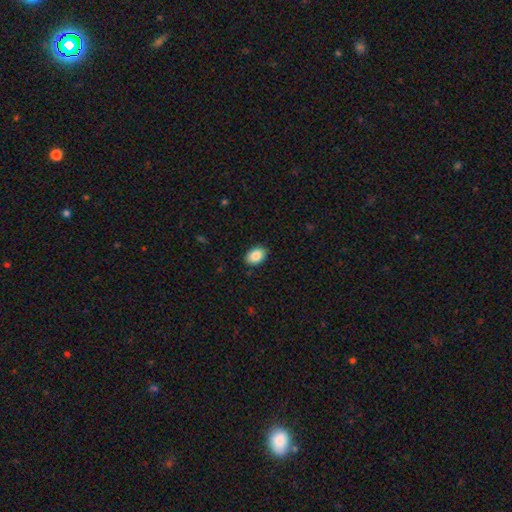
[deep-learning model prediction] This is clearly a smooth galaxy (88%). How rounded: clearly in between (85%). Merging: clearly none (87%).